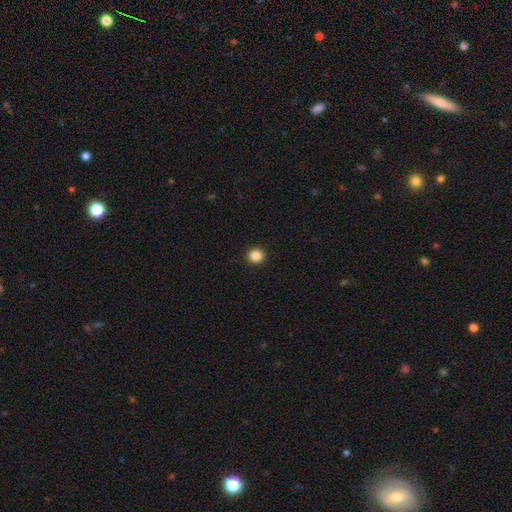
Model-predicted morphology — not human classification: type=smooth (87%); roundness=round (91%); merging=none (93%).